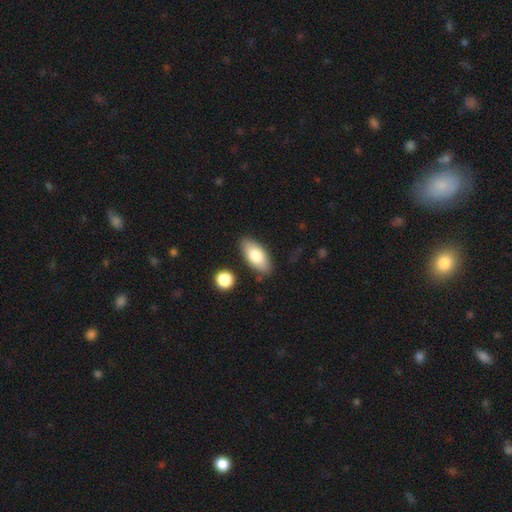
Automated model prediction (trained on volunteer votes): Smooth or featured? Predicted: smooth (p=0.77). How rounded? Predicted: in between (p=0.88). Merging? Predicted: none (p=0.83).